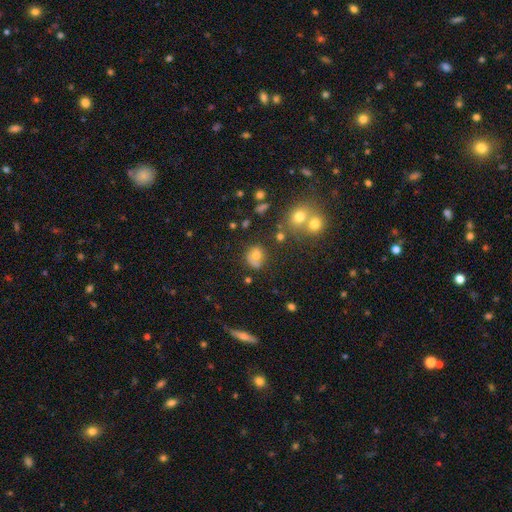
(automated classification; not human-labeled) Overall: smooth (62%; featured or disk 23%). How rounded: round (71%). Merging: none (54%; minor disturbance 23%).